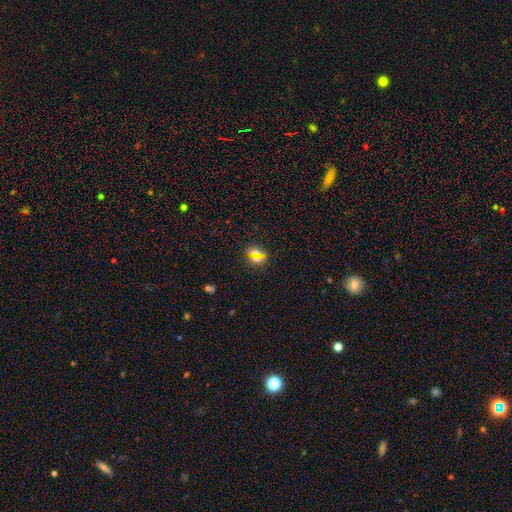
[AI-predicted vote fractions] A smooth galaxy with no disk features (53%) that is round (75%).

Vote fractions:
- Smooth or featured? smooth: 53% / star or artifact: 33% / featured or disk: 14%
- How rounded? round: 75% / in between: 20% / cigar-shaped: 5%
- Merging? none: 71% / merger: 14% / minor disturbance: 10% / major disturbance: 5%